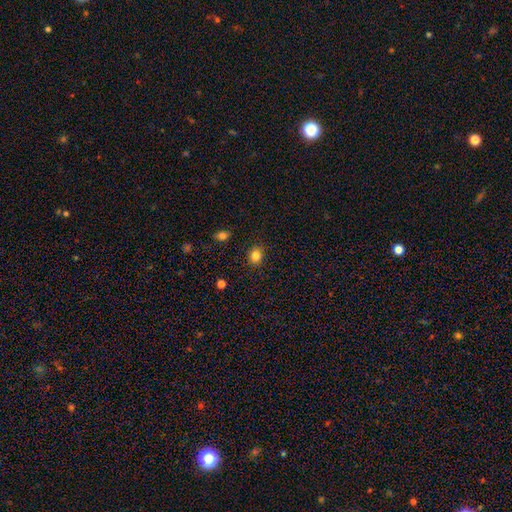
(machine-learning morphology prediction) A smooth galaxy with no disk features (83%) that is round (63%).

Vote fractions:
- Smooth or featured? smooth: 83% / star or artifact: 12% / featured or disk: 5%
- How rounded? round: 63% / in between: 36% / cigar-shaped: 1%
- Merging? none: 87% / minor disturbance: 9% / major disturbance: 2% / merger: 1%